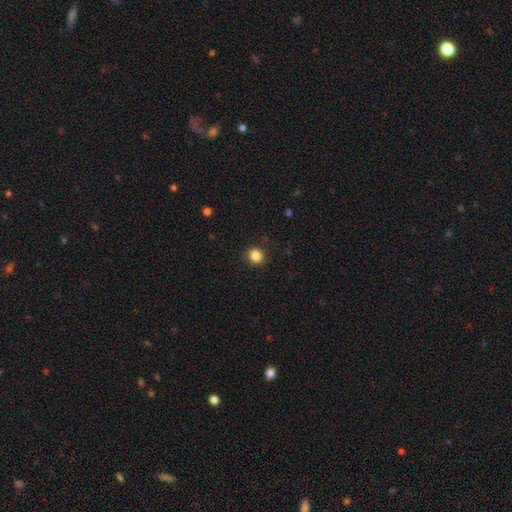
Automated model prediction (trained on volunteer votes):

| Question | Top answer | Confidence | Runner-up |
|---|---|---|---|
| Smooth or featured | smooth | 85% | star or artifact (11%) |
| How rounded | round | 89% | in between (11%) |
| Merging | none | 89% | minor disturbance (7%) |